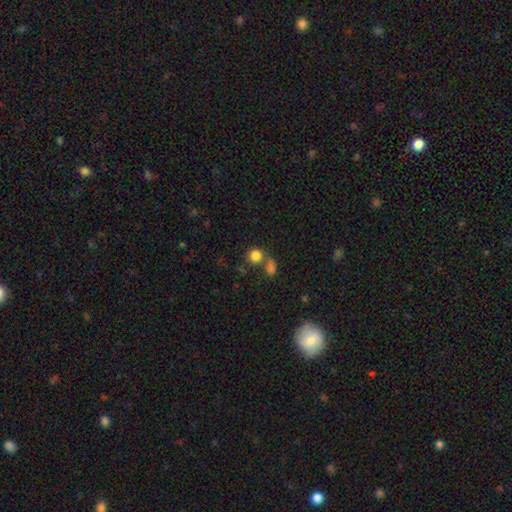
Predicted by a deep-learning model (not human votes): smooth 82%, star or artifact 12%, featured or disk 6%. Down the decision tree: how rounded — round (85%); merging — none (57%).